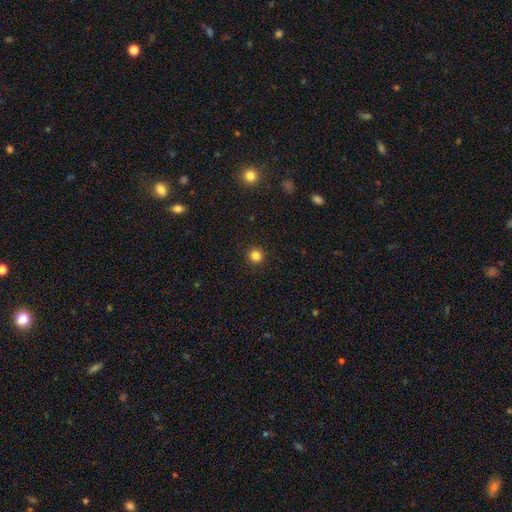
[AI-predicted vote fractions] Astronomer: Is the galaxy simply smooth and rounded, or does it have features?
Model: smooth — 83%.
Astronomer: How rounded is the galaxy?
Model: round — 95%.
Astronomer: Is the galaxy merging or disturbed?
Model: none — 93%.